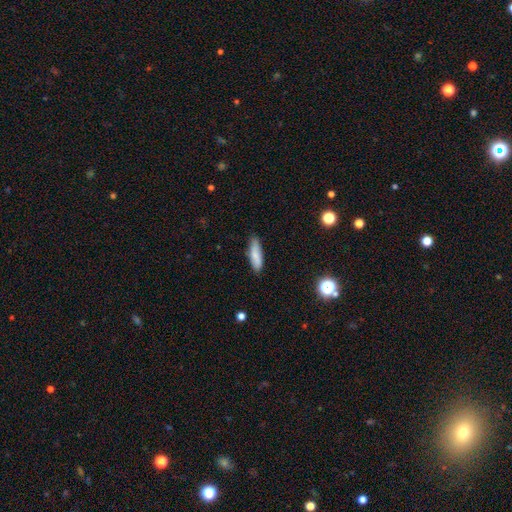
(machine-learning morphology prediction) Overall: smooth (80%). How rounded: cigar-shaped (57%; in between 41%). Merging: none (81%).